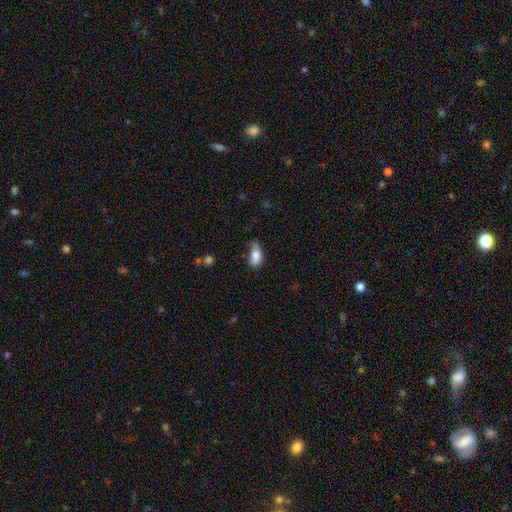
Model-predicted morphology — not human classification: Smooth or featured: smooth — 85% (featured or disk — 8%)
How rounded: in between — 89% (cigar-shaped — 7%)
Merging: none — 56% (minor disturbance — 35%)